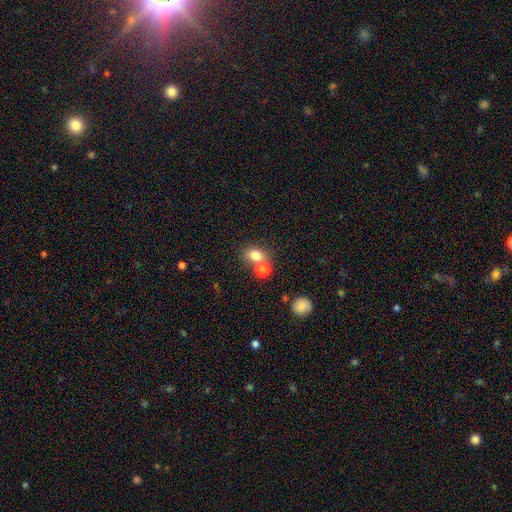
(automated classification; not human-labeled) Overall: smooth (77%). How rounded: round (50%; in between 48%). Merging: none (54%; merger 32%).